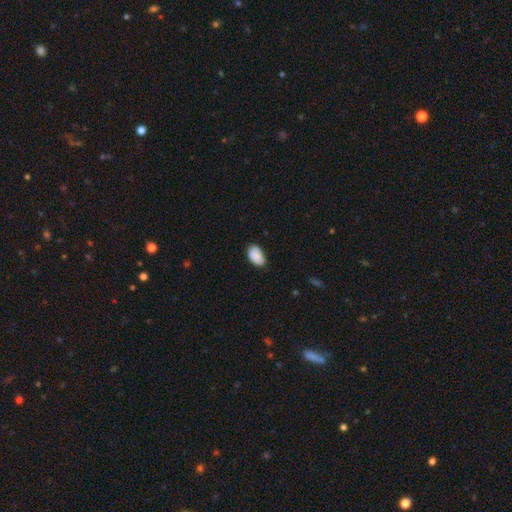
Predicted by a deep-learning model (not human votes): Smooth or featured?
  - smooth: 87% *
  - star or artifact: 7%
  - featured or disk: 6%
How rounded?
  - in between: 92% *
  - round: 6%
  - cigar-shaped: 1%
Merging?
  - none: 76% *
  - minor disturbance: 20%
  - major disturbance: 3%
  - merger: 2%